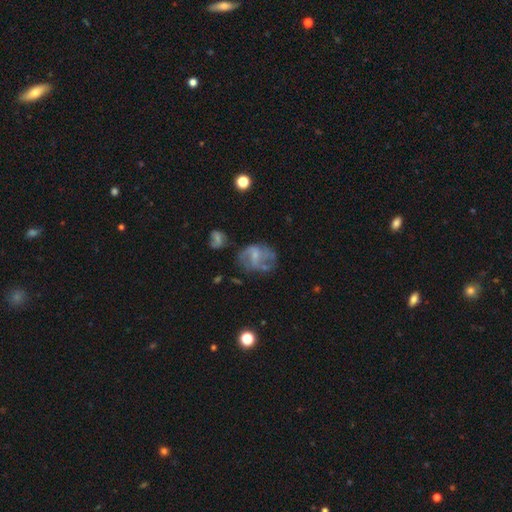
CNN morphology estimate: Smooth or featured? featured or disk (66%)
Edge-on disk? no (98%)
Bar? weak (50%)
Spiral arms? yes (76%)
Bulge size? small (44%)
Merging? none (51%)